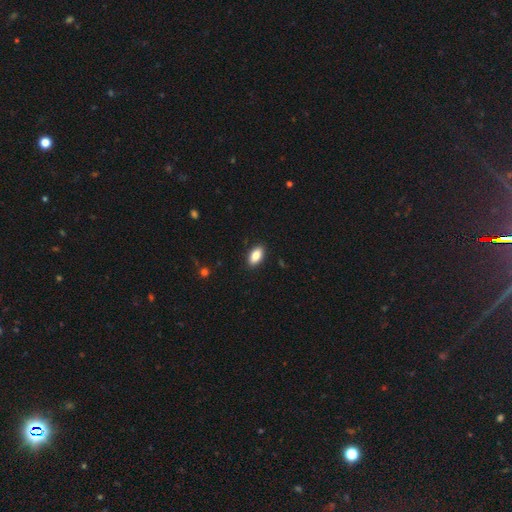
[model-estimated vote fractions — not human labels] This appears to be a smooth galaxy with no disk features (86%) that is in between round and cigar-shaped (92%). Merging: none (90%).